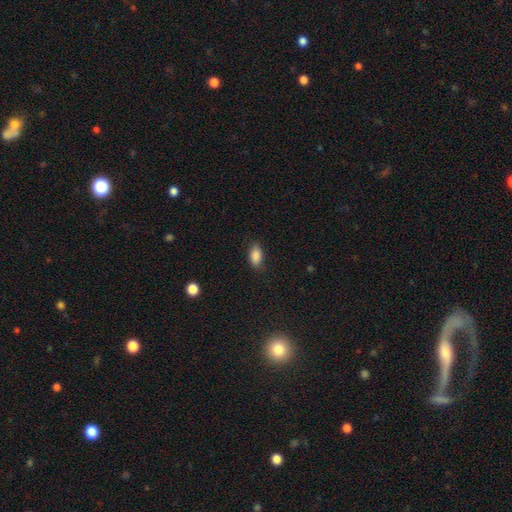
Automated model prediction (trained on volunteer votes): This appears to be a smooth galaxy with no disk features (87%) that is in between round and cigar-shaped (90%). Merging: none (83%).